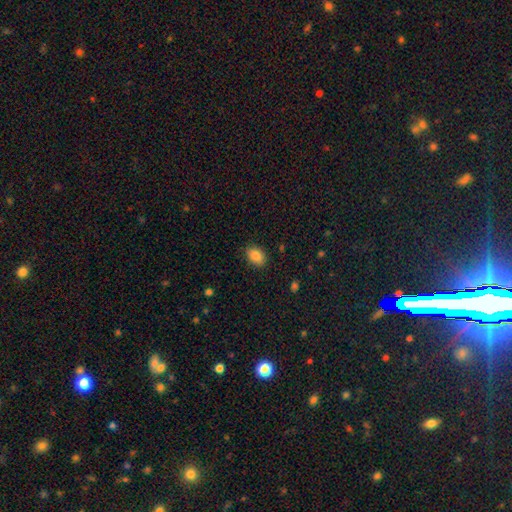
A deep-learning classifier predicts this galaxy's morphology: smooth 86%, star or artifact 8%, featured or disk 5%. Down the decision tree: how rounded — in between (75%); merging — none (86%).